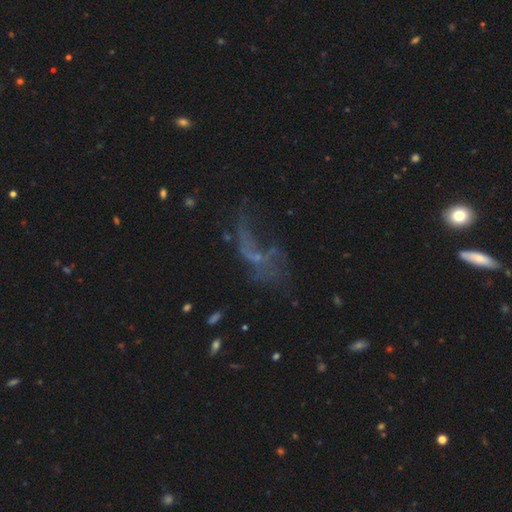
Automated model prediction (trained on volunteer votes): A featured or disk galaxy (48%).

Vote fractions:
- Smooth or featured? featured or disk: 48% / star or artifact: 28% / smooth: 24%
- Merging? major disturbance: 42% / none: 34% / minor disturbance: 15% / merger: 9%